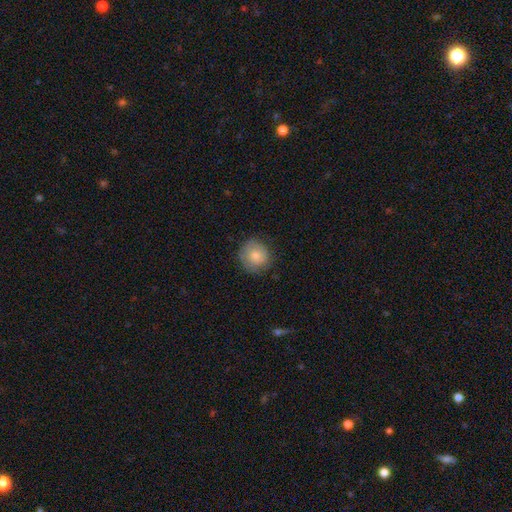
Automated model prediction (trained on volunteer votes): smooth 76%, featured or disk 16%, star or artifact 8%. Down the decision tree: how rounded — round (90%); merging — none (77%).